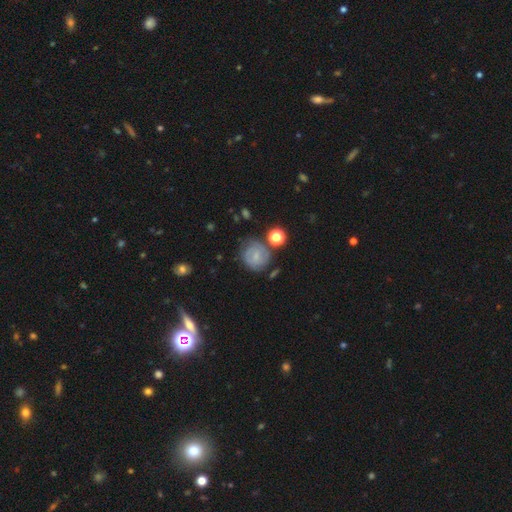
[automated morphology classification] A smooth galaxy with no disk features (48%). Merging: none (63%).